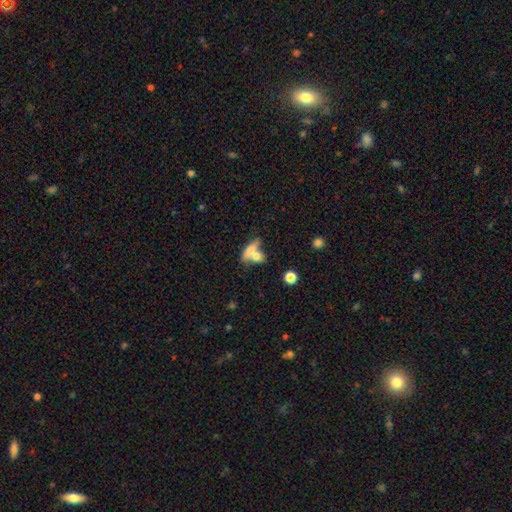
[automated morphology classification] type=smooth (68%); roundness=in between (47%); merging=merger (49%).